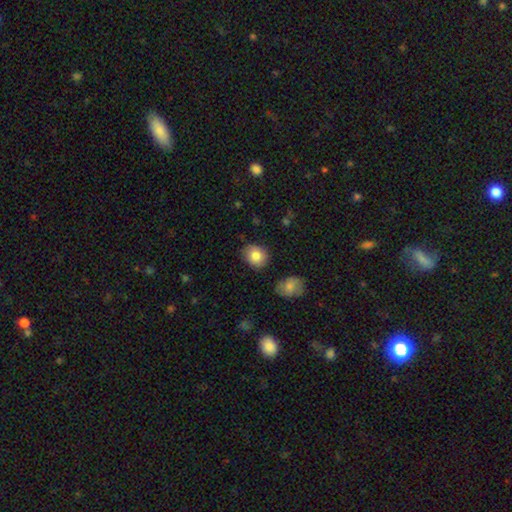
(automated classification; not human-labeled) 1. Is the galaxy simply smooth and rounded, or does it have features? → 83% smooth, 8% featured or disk, 8% star or artifact.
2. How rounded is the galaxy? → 71% round, 28% in between, 1% cigar-shaped.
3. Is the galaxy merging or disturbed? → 82% none, 13% minor disturbance, 2% major disturbance, 2% merger.